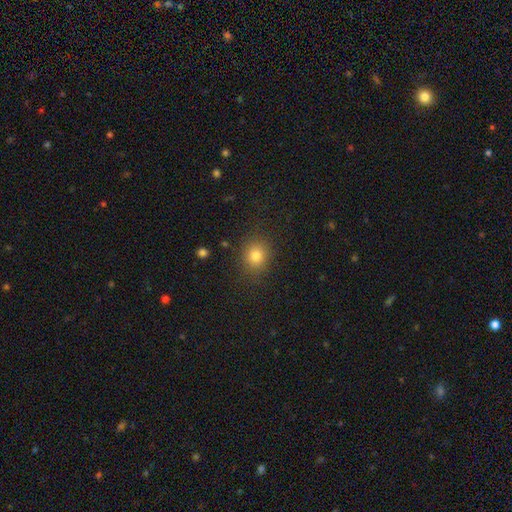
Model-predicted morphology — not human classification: smooth_or_featured: smooth (p=0.81) [alt: star or artifact p=0.13]
how_rounded: round (p=0.75) [alt: in between p=0.24]
merging: none (p=0.86) [alt: minor disturbance p=0.09]